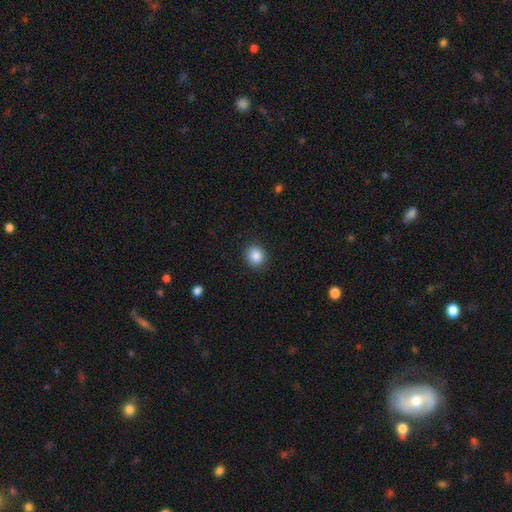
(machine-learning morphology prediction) smooth_or_featured: smooth (p=0.87) [alt: star or artifact p=0.09]
how_rounded: round (p=0.78) [alt: in between p=0.21]
merging: none (p=0.90) [alt: minor disturbance p=0.07]